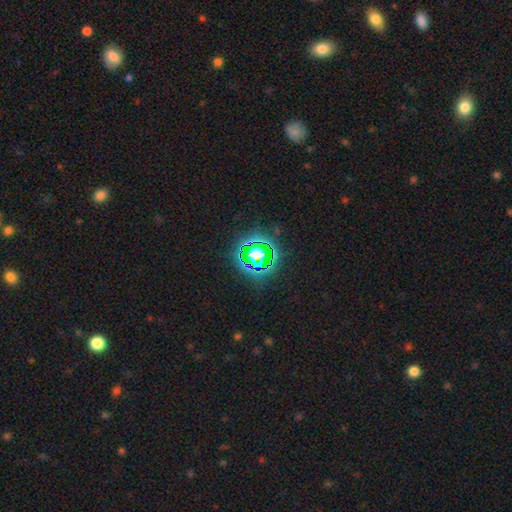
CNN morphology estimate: This appears to be a star or artifact, not a galaxy (63%).